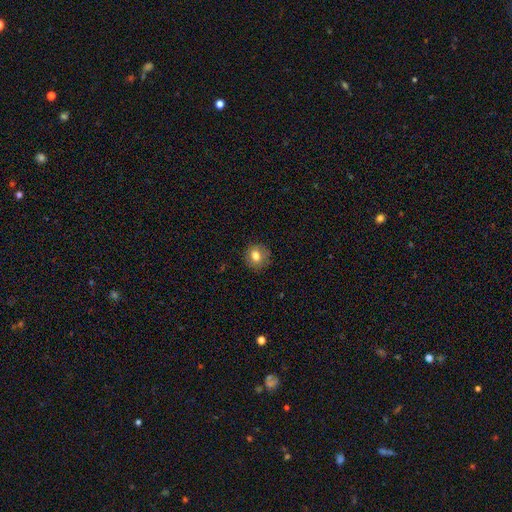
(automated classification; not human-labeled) A smooth galaxy with no disk features (77%) that is round (83%).

Vote fractions:
- Smooth or featured? smooth: 77% / featured or disk: 13% / star or artifact: 10%
- How rounded? round: 83% / in between: 16% / cigar-shaped: 1%
- Merging? none: 86% / minor disturbance: 11% / major disturbance: 3% / merger: 1%